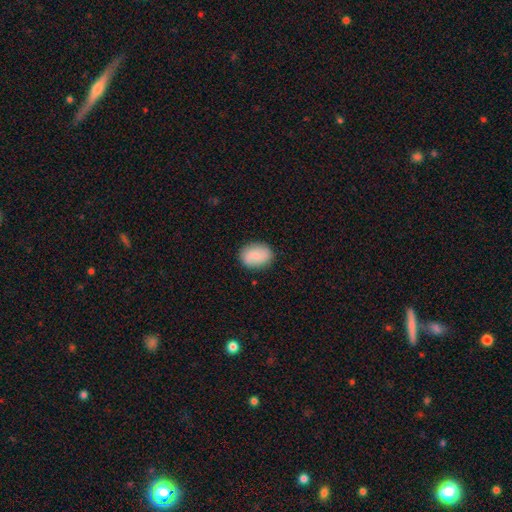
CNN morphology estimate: A smooth galaxy with no disk features (79%) that is in between round and cigar-shaped (65%). Merging: none (86%).